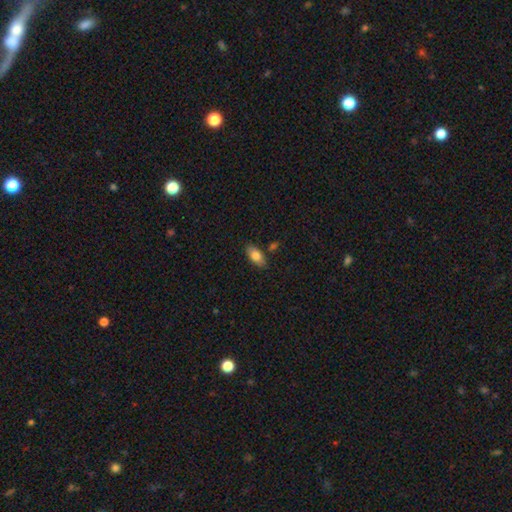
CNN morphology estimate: Q: Smooth or featured?
A: smooth (80%); runner-up: featured or disk (13%)
Q: How rounded?
A: in between (89%); runner-up: cigar-shaped (8%)
Q: Merging?
A: none (83%); runner-up: minor disturbance (11%)